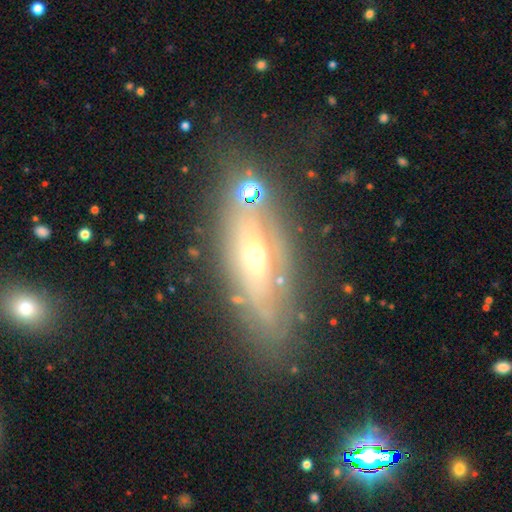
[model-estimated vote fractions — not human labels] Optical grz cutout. It shows a featured or disk galaxy (64%). Merging: none (70%).